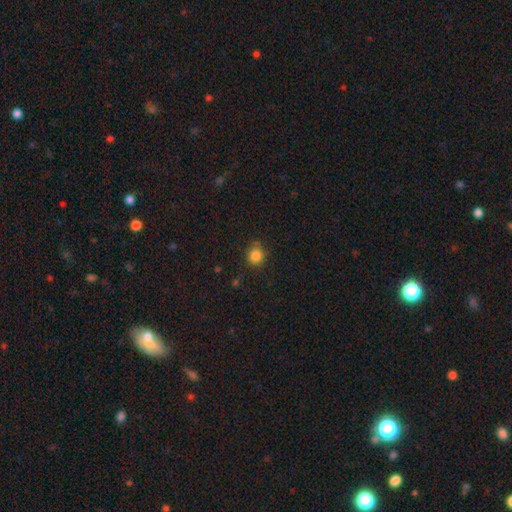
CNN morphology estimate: Smooth or featured? smooth (84%)
How rounded? round (84%)
Merging? none (80%)